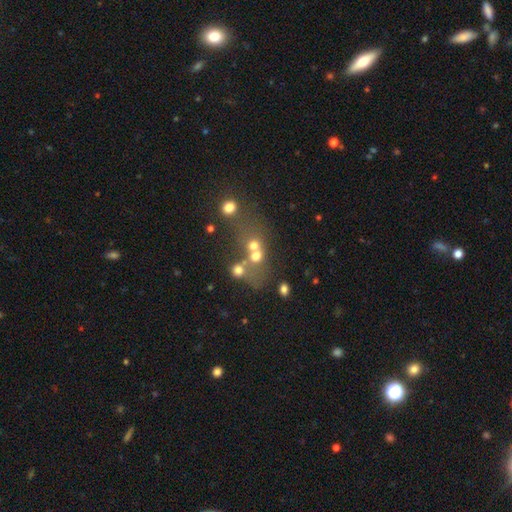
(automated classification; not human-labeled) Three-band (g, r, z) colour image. It shows a smooth galaxy with no disk features (58%) that is round (71%). Merging: merger (53%).